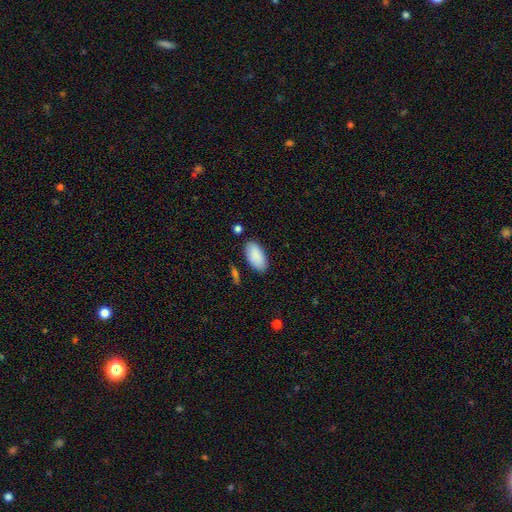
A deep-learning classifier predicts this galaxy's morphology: smooth-or-featured: smooth: 89% | star or artifact: 6% | featured or disk: 4%
  how-rounded: in between: 94% | cigar-shaped: 4% | round: 2%
  merging: none: 84% | minor disturbance: 11% | merger: 3% | major disturbance: 3%